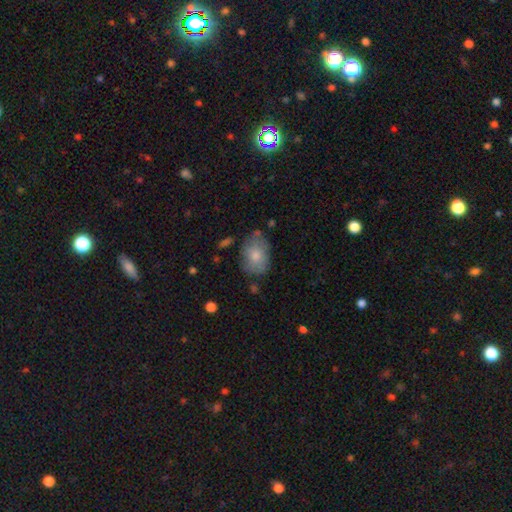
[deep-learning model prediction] smooth_or_featured: smooth (p=0.77) [alt: featured or disk p=0.17]
how_rounded: in between (p=0.78) [alt: round p=0.21]
merging: none (p=0.64) [alt: minor disturbance p=0.25]